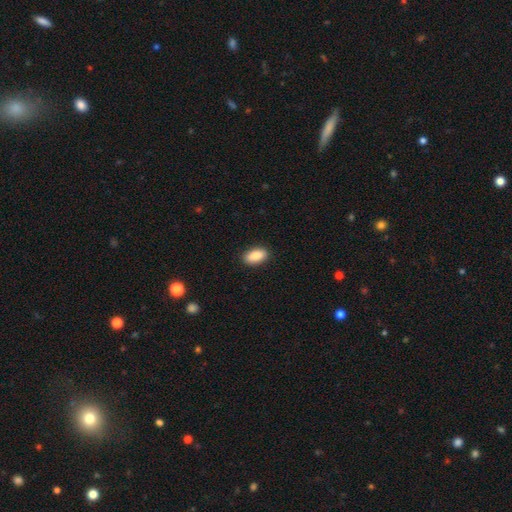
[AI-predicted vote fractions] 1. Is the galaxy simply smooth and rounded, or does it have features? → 88% smooth, 7% star or artifact, 5% featured or disk.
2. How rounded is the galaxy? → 92% in between, 4% cigar-shaped, 4% round.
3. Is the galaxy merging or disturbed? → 89% none, 8% minor disturbance, 2% major disturbance, 1% merger.